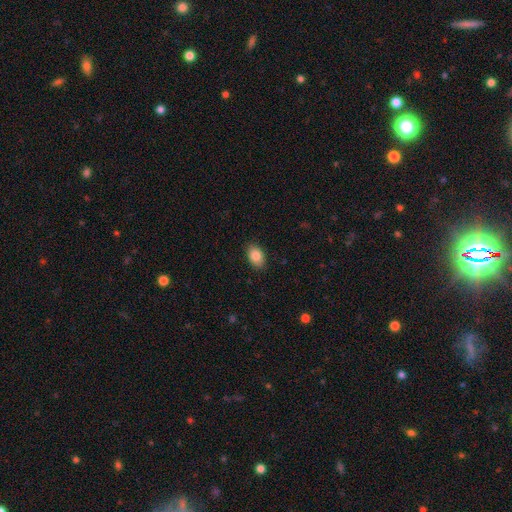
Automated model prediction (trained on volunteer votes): smooth-or-featured: smooth: 86% | star or artifact: 8% | featured or disk: 6%
  how-rounded: in between: 87% | round: 12% | cigar-shaped: 1%
  merging: none: 88% | minor disturbance: 9% | major disturbance: 2% | merger: 1%